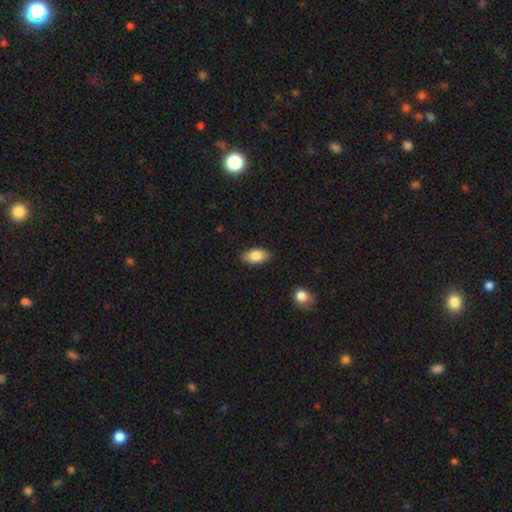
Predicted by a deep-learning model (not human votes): smooth-or-featured: smooth: 83% | featured or disk: 11% | star or artifact: 7%
  how-rounded: in between: 93% | round: 4% | cigar-shaped: 3%
  merging: none: 87% | minor disturbance: 10% | major disturbance: 2% | merger: 1%